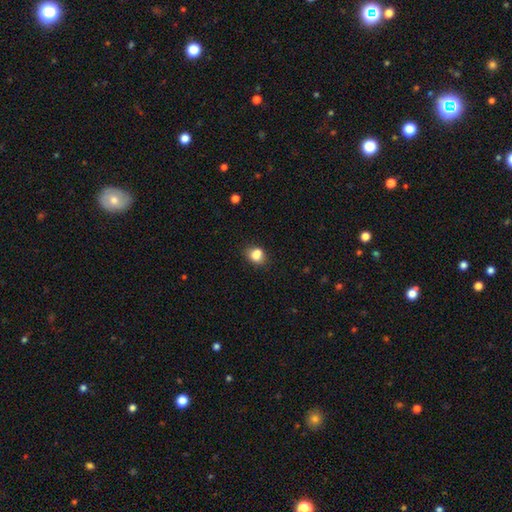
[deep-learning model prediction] The model was most divided on "how rounded": round: 51%, in between: 48%, cigar-shaped: 1%. More confident: smooth or featured — smooth (79%); merging — none (59%).